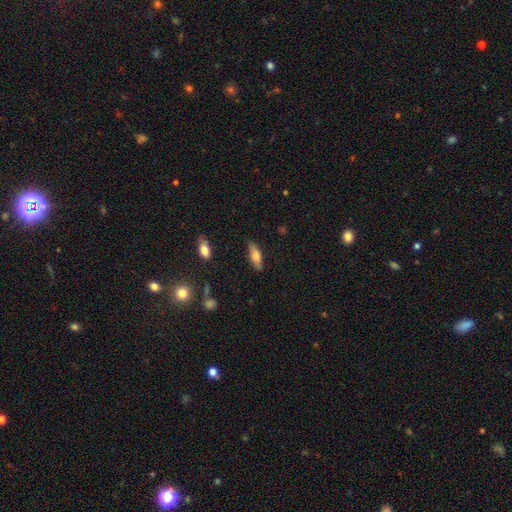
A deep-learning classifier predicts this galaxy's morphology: Smooth or featured? Predicted: smooth (p=0.69). How rounded? Predicted: in between (p=0.65). Merging? Predicted: none (p=0.82).